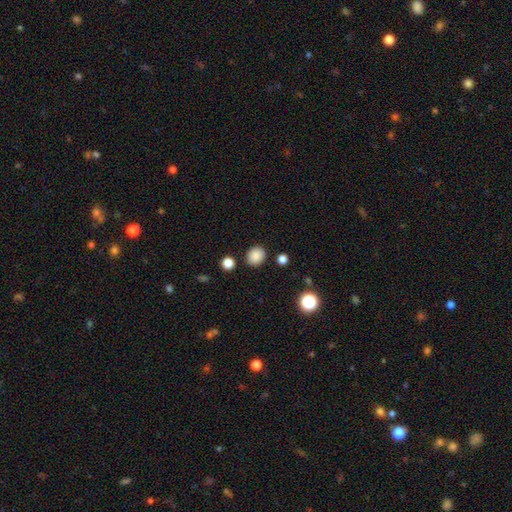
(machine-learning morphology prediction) A smooth galaxy with no disk features (86%) that is round (68%). Merging: none (87%).